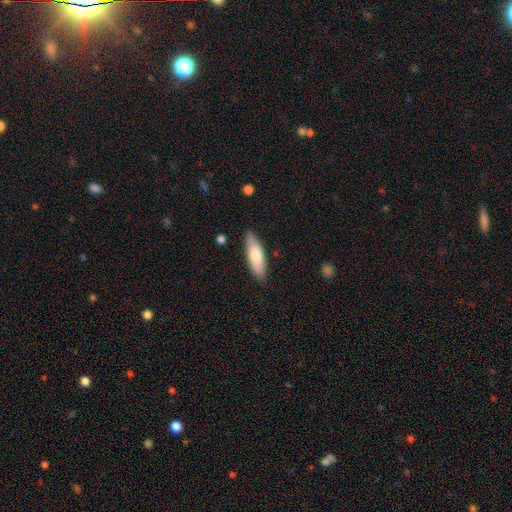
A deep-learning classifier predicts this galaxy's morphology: Smooth or featured? smooth (76%)
How rounded? cigar-shaped (49%, tied with in between)
Merging? none (85%)